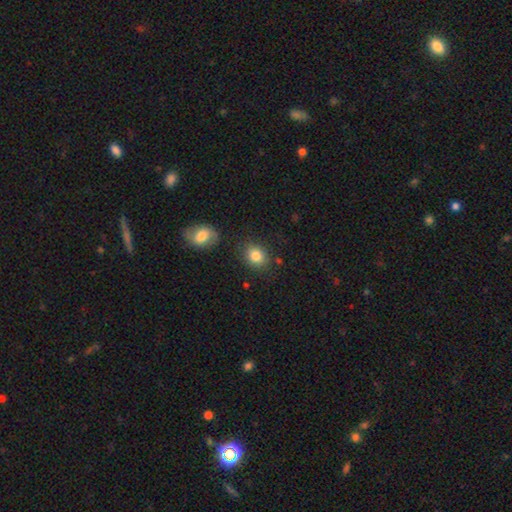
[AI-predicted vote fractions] Morphology: type=smooth (84%); roundness=round (56%); merging=none (80%).